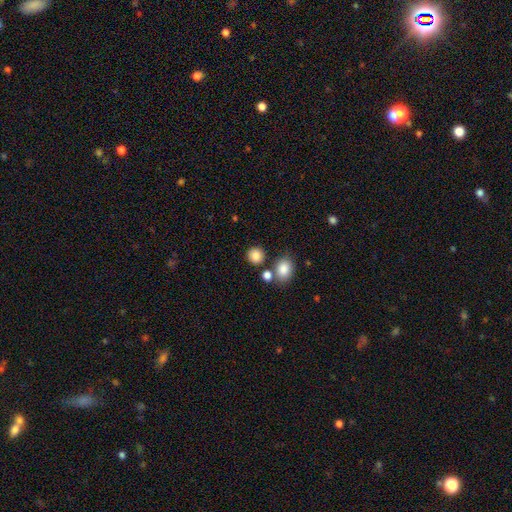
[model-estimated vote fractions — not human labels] A smooth galaxy with no disk features (85%) that is round (84%).

Vote fractions:
- Smooth or featured? smooth: 85% / star or artifact: 10% / featured or disk: 5%
- How rounded? round: 84% / in between: 15% / cigar-shaped: 1%
- Merging? none: 75% / merger: 13% / minor disturbance: 9% / major disturbance: 3%